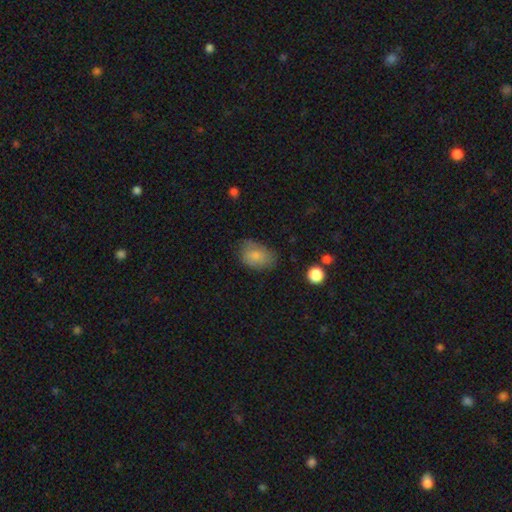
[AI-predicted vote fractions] Overall: smooth (78%). How rounded: in between (83%). Merging: none (62%; minor disturbance 28%).